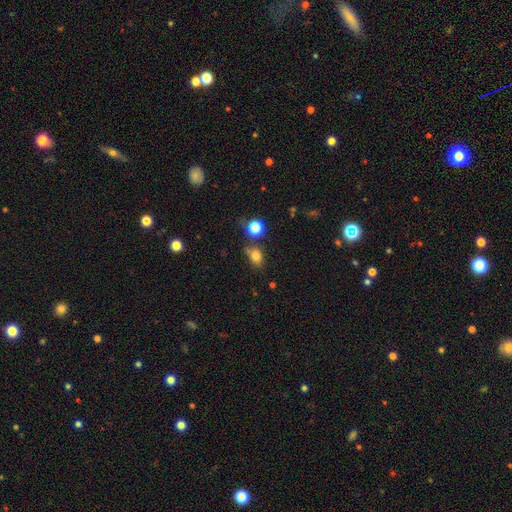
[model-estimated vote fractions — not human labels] Smooth or featured: smooth — 77% (star or artifact — 15%)
How rounded: in between — 56% (round — 42%)
Merging: none — 61% (minor disturbance — 18%)